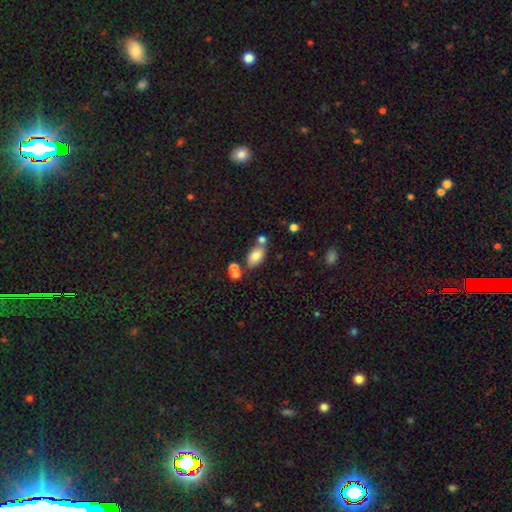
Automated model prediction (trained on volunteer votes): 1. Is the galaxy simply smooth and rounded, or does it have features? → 80% smooth, 12% featured or disk, 9% star or artifact.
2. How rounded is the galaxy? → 92% in between, 5% round, 3% cigar-shaped.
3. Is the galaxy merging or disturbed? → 57% none, 24% merger, 14% minor disturbance, 5% major disturbance.